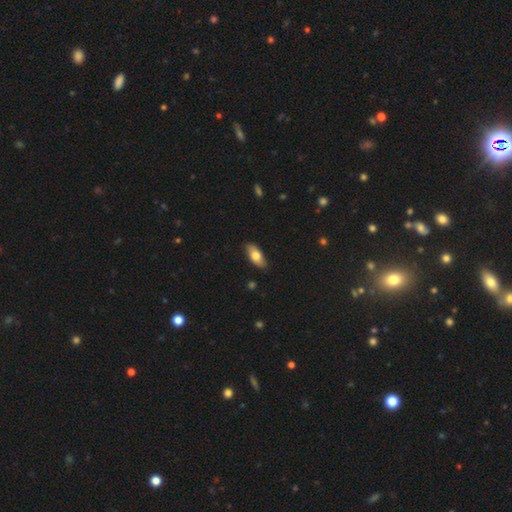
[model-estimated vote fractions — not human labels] Morphology: type=smooth (74%); roundness=in between (85%); merging=none (87%).